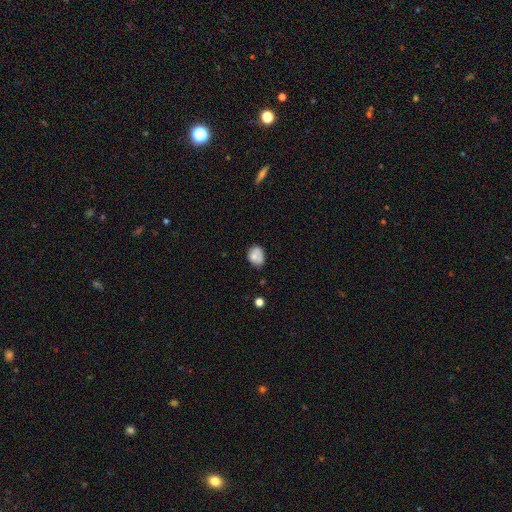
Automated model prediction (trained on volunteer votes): Smooth or featured: smooth — 74% (featured or disk — 17%)
How rounded: in between — 65% (round — 34%)
Merging: none — 51% (minor disturbance — 33%)